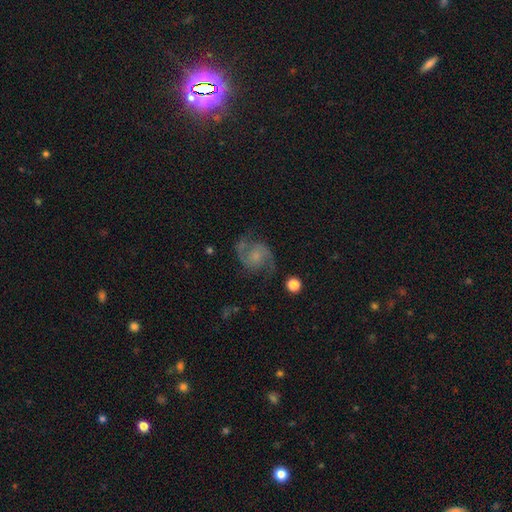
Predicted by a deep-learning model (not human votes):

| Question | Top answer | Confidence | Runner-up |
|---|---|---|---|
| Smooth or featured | featured or disk | 87% | smooth (7%) |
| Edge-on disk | no | 98% | yes (2%) |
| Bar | no | 65% | weak (30%) |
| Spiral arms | yes | 97% | no (3%) |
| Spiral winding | medium | 57% | loose (28%) |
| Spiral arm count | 2 | 93% | can't tell (2%) |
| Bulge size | small | 47% | moderate (25%) |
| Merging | none | 74% | minor disturbance (16%) |